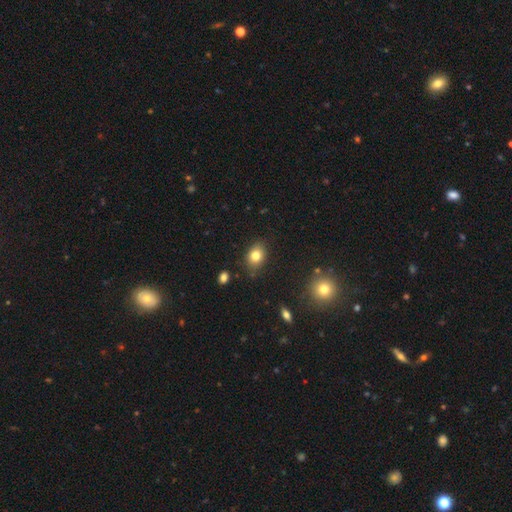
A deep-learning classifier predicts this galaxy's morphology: smooth-or-featured: smooth: 81% | star or artifact: 11% | featured or disk: 9%
  how-rounded: in between: 65% | round: 34% | cigar-shaped: 1%
  merging: none: 83% | minor disturbance: 12% | major disturbance: 3% | merger: 2%